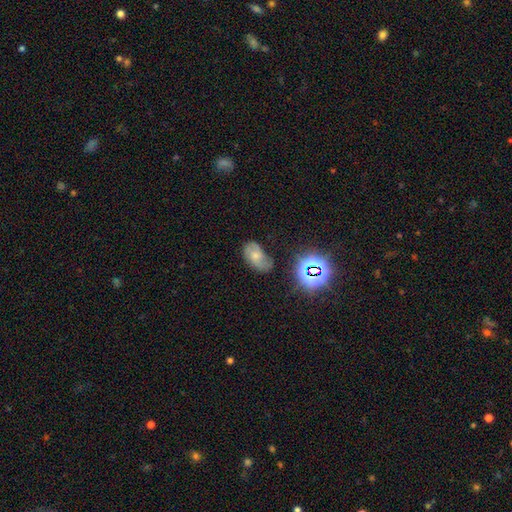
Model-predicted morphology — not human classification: type=featured or disk (44%); merging=none (53%).